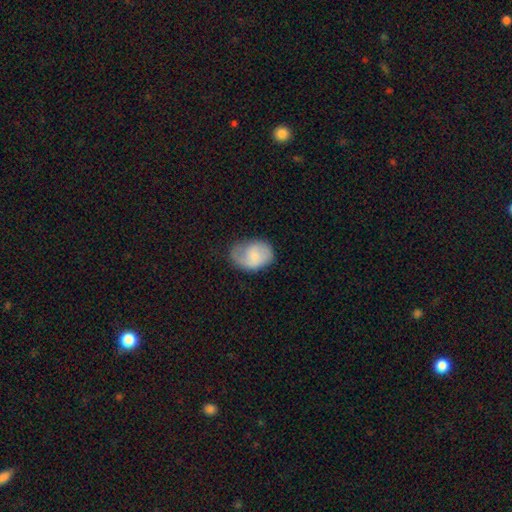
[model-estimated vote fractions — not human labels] Smooth or featured? smooth (62%)
How rounded? in between (76%)
Merging? none (43%)